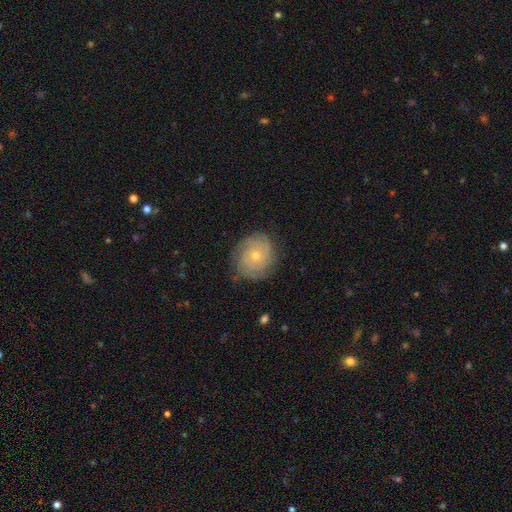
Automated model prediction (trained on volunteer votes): A featured or disk galaxy (74%) with no bar (81%), tight (74%) spiral arms (93%) and a small central bulge (63%).

Vote fractions:
- Smooth or featured? featured or disk: 74% / smooth: 18% / star or artifact: 7%
- Edge-on disk? no: 98% / yes: 2%
- Bar? no: 81% / weak: 16% / strong: 3%
- Spiral arms? yes: 93% / no: 7%
- Spiral winding? tight: 74% / medium: 21% / loose: 5%
- Spiral arm count? can't tell: 35% / 3: 22% / 2: 18% / 4: 13% / more than 4: 6% / 1: 6%
- Bulge size? small: 63% / moderate: 34% / large: 1% / none: 1% / dominant: 1%
- Merging? none: 80% / minor disturbance: 14% / major disturbance: 4% / merger: 1%